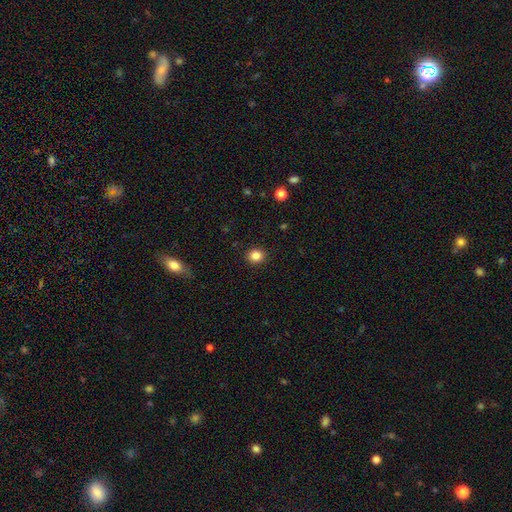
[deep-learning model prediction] Smooth or featured? Predicted: smooth (p=0.85). How rounded? Predicted: round (p=0.79). Merging? Predicted: none (p=0.91).